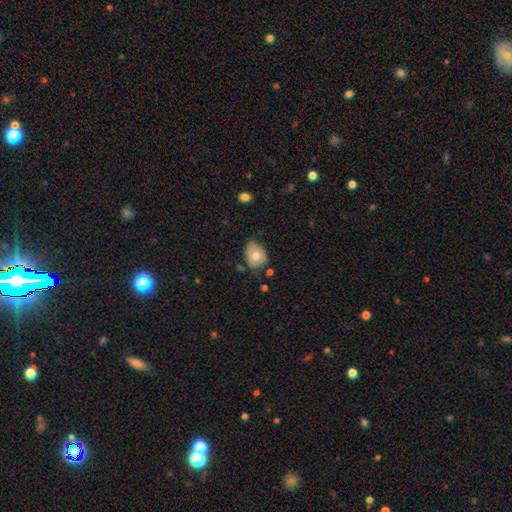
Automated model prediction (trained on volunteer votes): Smooth or featured?
  - smooth: 69% *
  - featured or disk: 23%
  - star or artifact: 8%
How rounded?
  - in between: 60% *
  - round: 39%
  - cigar-shaped: 1%
Merging?
  - none: 49% *
  - minor disturbance: 38%
  - major disturbance: 9%
  - merger: 4%